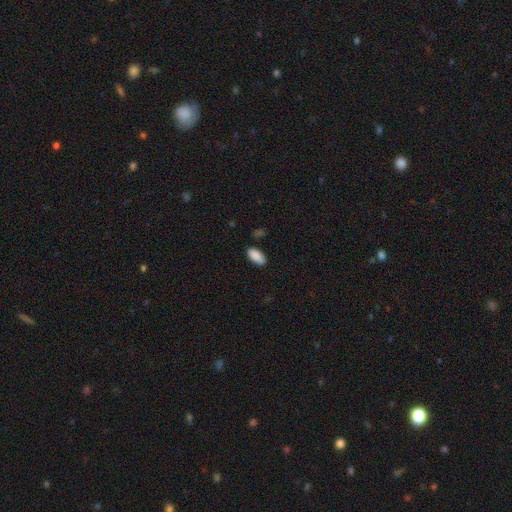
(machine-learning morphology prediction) A smooth galaxy with no disk features (90%) that is in between round and cigar-shaped (92%).

Vote fractions:
- Smooth or featured? smooth: 90% / star or artifact: 7% / featured or disk: 3%
- How rounded? in between: 92% / cigar-shaped: 6% / round: 2%
- Merging? none: 85% / minor disturbance: 11% / major disturbance: 2% / merger: 2%